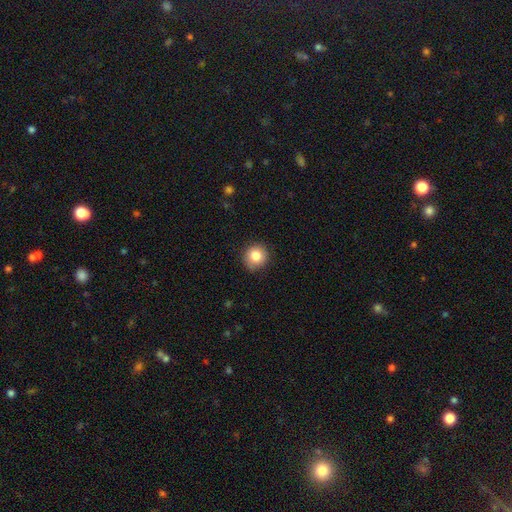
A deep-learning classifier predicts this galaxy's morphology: A smooth galaxy with no disk features (83%) that is round (92%).

Vote fractions:
- Smooth or featured? smooth: 83% / star or artifact: 10% / featured or disk: 7%
- How rounded? round: 92% / in between: 7% / cigar-shaped: 1%
- Merging? none: 87% / minor disturbance: 10% / major disturbance: 2% / merger: 1%